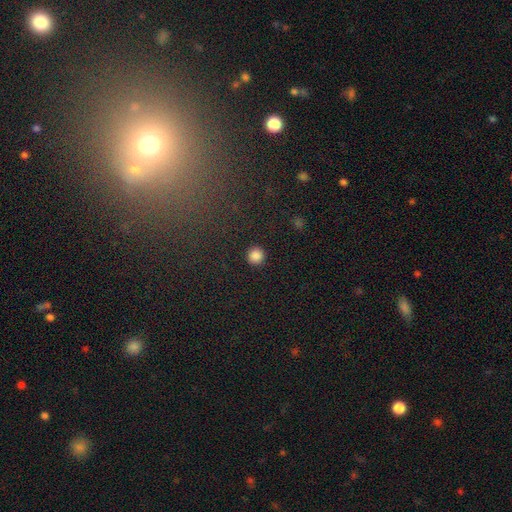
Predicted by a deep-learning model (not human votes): Smooth or featured? smooth (86%)
How rounded? round (95%)
Merging? none (92%)